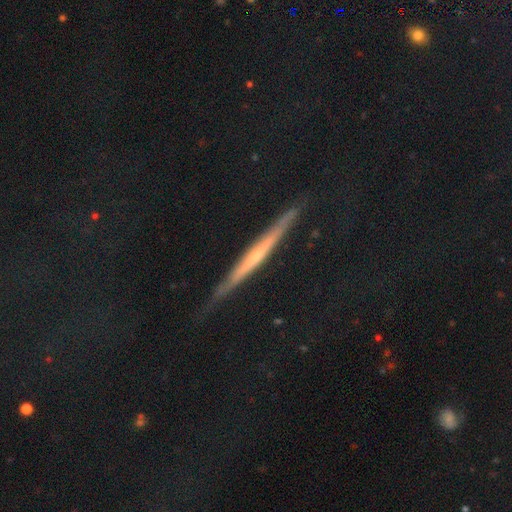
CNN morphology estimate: The model was most divided on "edge-on bulge": none: 55%, rounded: 37%, boxy: 8%. More confident: edge-on disk — yes (95%); merging — none (83%); smooth or featured — featured or disk (68%).